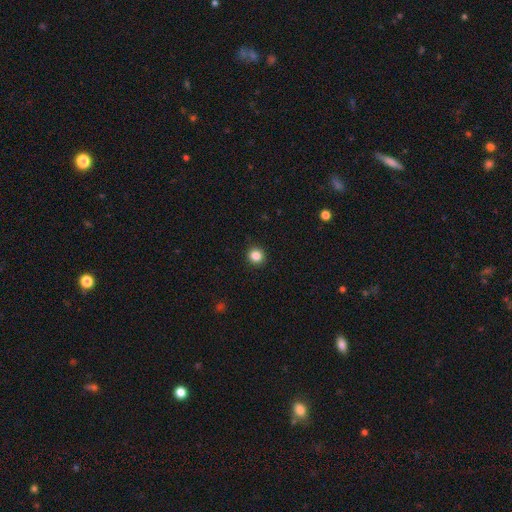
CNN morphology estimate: This appears to be a smooth galaxy with no disk features (85%) that is round (93%). Merging: none (92%).